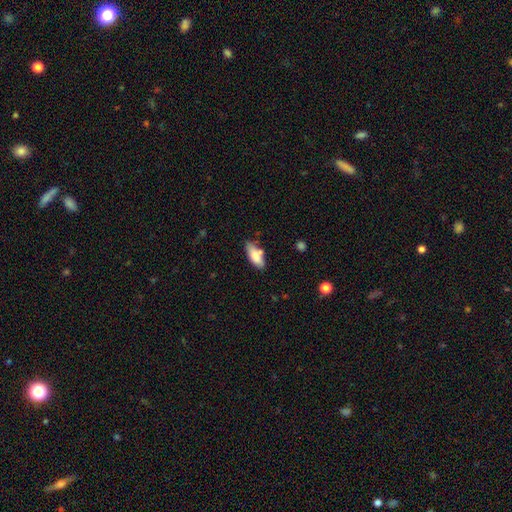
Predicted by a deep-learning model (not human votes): This is likely a smooth galaxy (78%). How rounded: likely in between (75%). Merging: likely none (64%).